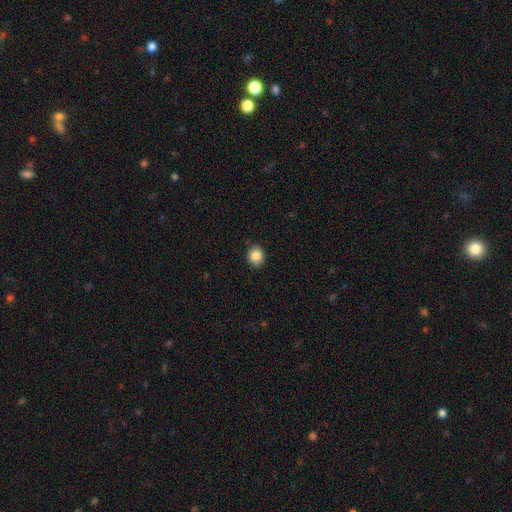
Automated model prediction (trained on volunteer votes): Smooth or featured? Predicted: smooth (p=0.86). How rounded? Predicted: round (p=0.67). Merging? Predicted: none (p=0.86).